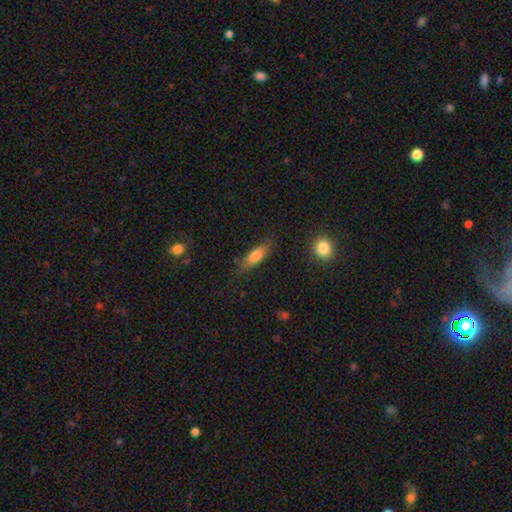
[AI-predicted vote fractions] Smooth or featured: smooth — 75% (featured or disk — 17%)
How rounded: in between — 54% (cigar-shaped — 44%)
Merging: none — 78% (minor disturbance — 16%)